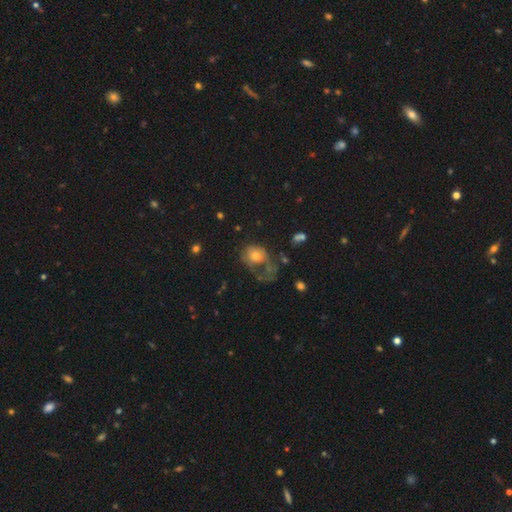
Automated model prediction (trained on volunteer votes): A smooth galaxy with no disk features (62%) that is round (58%). Merging: major disturbance (53%).